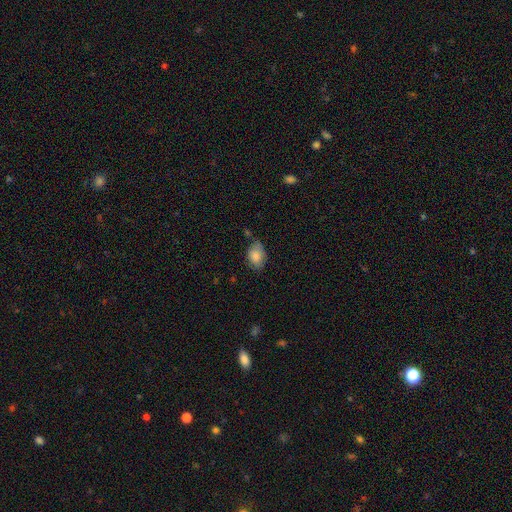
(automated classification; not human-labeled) Smooth or featured: smooth — 82% (featured or disk — 11%)
How rounded: in between — 82% (round — 16%)
Merging: none — 59% (minor disturbance — 30%)